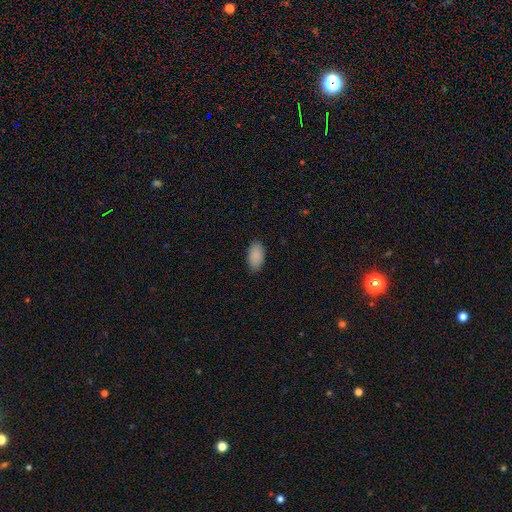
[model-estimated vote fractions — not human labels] smooth-or-featured: smooth: 90% | star or artifact: 7% | featured or disk: 3%
  how-rounded: in between: 95% | round: 3% | cigar-shaped: 2%
  merging: none: 87% | minor disturbance: 10% | major disturbance: 2% | merger: 1%